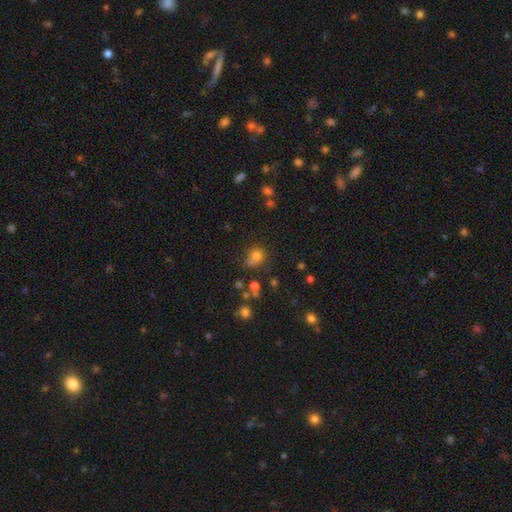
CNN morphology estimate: type=smooth (75%); roundness=round (77%); merging=none (54%).